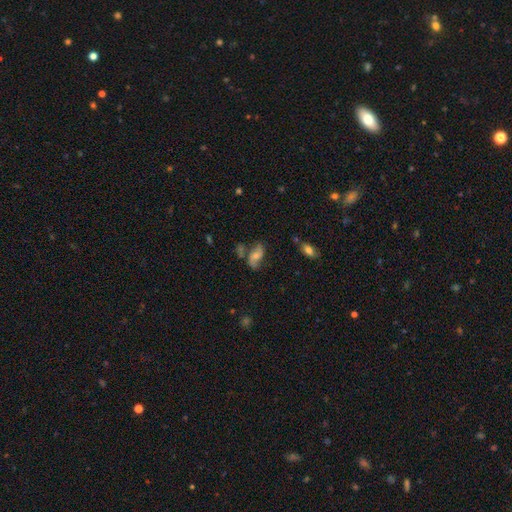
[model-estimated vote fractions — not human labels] A featured or disk galaxy (65%) with no bar (59%), 2 (87%) loose (64%) spiral arms (88%) and a moderate central bulge (47%). Merging: none (57%).